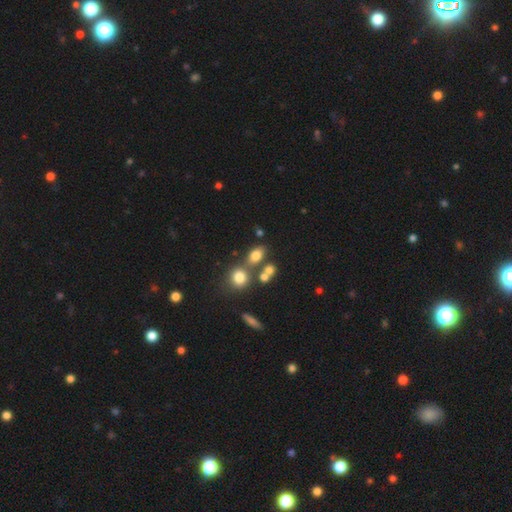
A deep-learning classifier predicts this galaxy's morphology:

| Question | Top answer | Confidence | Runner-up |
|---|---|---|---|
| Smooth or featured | smooth | 74% | star or artifact (13%) |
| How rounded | in between | 72% | round (25%) |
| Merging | none | 58% | merger (25%) |